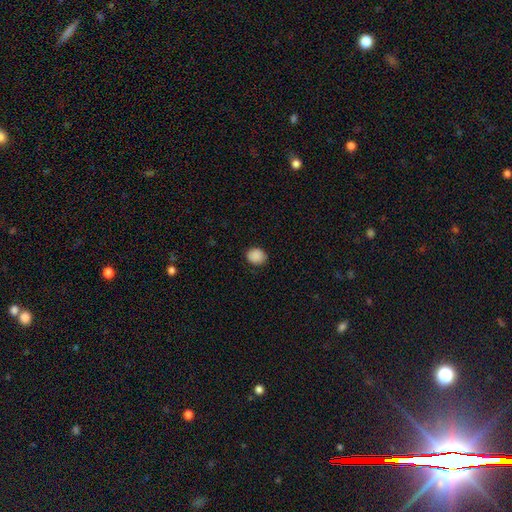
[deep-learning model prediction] smooth 89%, star or artifact 8%, featured or disk 3%. Down the decision tree: how rounded — round (56%); merging — none (85%).